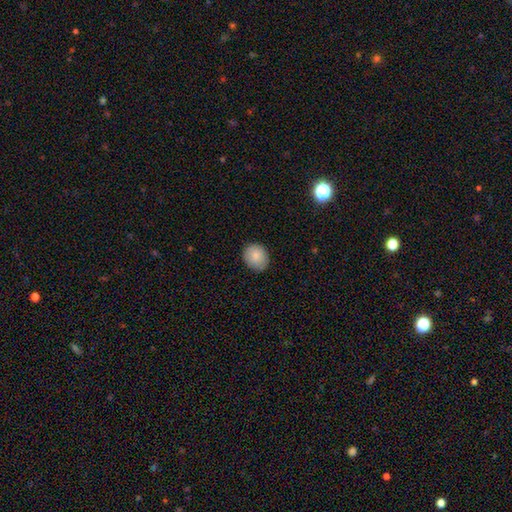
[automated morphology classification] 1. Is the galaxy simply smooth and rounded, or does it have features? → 85% smooth, 8% featured or disk, 7% star or artifact.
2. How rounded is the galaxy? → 67% round, 33% in between, 1% cigar-shaped.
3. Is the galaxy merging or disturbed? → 86% none, 11% minor disturbance, 2% major disturbance, 1% merger.